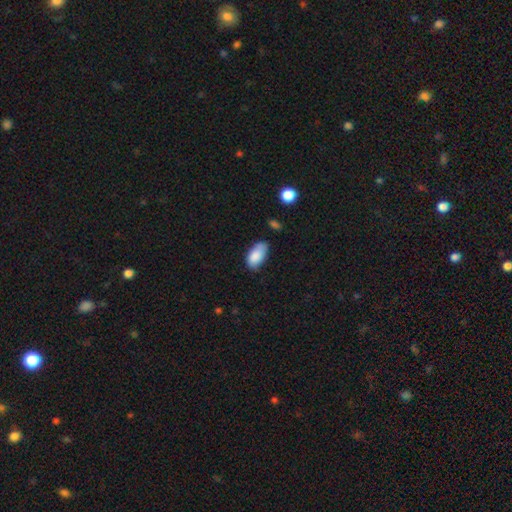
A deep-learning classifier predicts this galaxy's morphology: The model was most divided on "merging": none: 55%, minor disturbance: 34%, major disturbance: 7%, merger: 4%. More confident: how rounded — in between (94%); smooth or featured — smooth (84%).